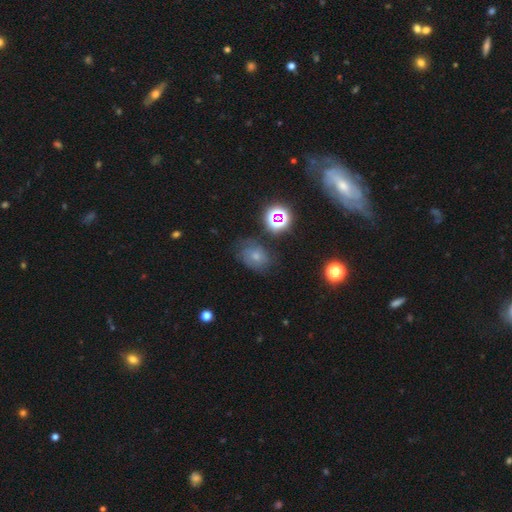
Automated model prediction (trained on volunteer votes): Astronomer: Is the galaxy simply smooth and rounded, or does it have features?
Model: smooth — 53%.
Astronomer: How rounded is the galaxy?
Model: in between — 60% (runner-up: round, 39%).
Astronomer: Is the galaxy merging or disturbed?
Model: none — 60%.